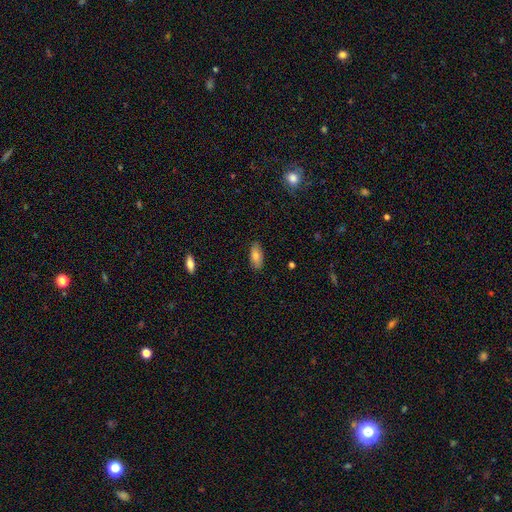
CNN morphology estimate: This is likely a smooth galaxy (77%). How rounded: clearly in between (88%). Merging: clearly none (86%).